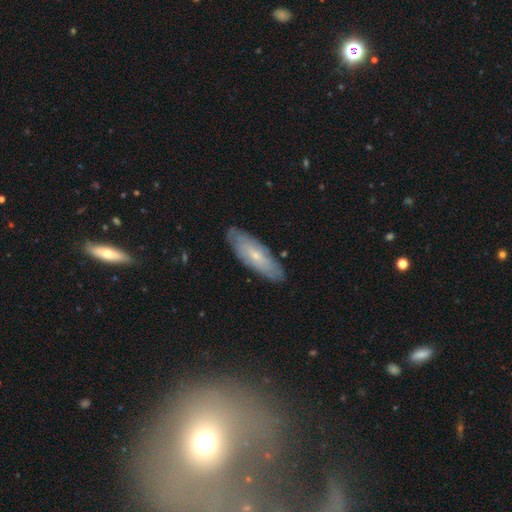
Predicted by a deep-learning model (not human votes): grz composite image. It shows a featured or disk galaxy (50%). Merging: none (83%).